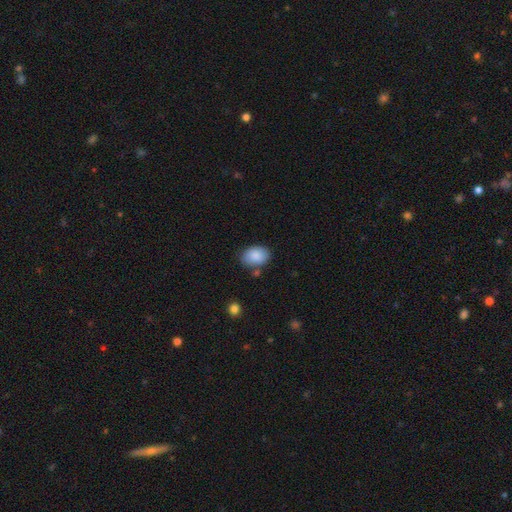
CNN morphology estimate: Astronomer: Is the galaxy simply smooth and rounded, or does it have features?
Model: smooth — 88%.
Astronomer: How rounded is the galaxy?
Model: in between — 80%.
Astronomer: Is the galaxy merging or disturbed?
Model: none — 77%.